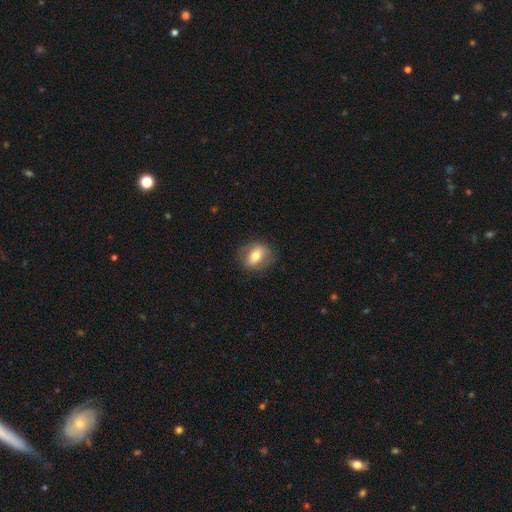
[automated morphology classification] Smooth or featured? smooth (58%)
How rounded? in between (57%)
Merging? none (80%)